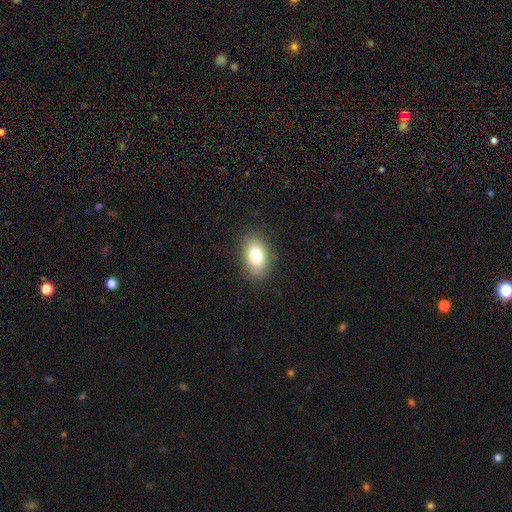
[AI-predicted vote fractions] The model was most divided on "smooth or featured": smooth: 81%, featured or disk: 11%, star or artifact: 8%. More confident: how rounded — in between (90%); merging — none (84%).